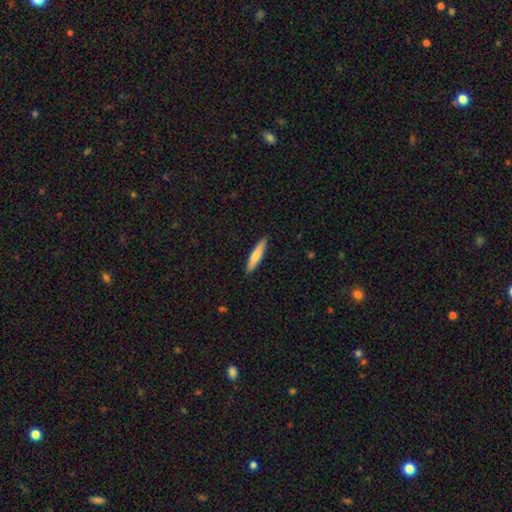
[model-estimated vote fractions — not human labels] Overall: smooth (69%). How rounded: cigar-shaped (87%). Merging: none (90%).